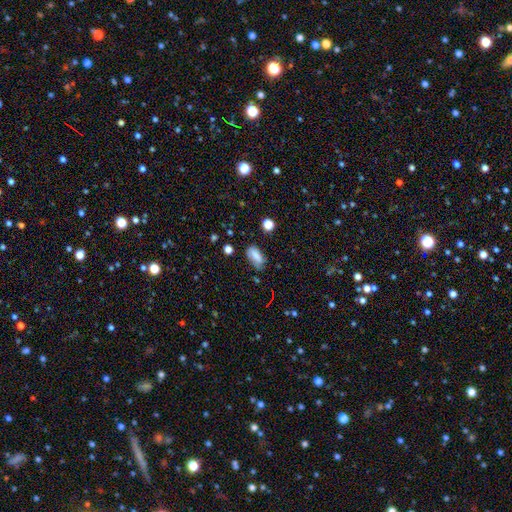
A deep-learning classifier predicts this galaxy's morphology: Overall: smooth (78%). How rounded: in between (87%). Merging: none (62%; minor disturbance 27%).